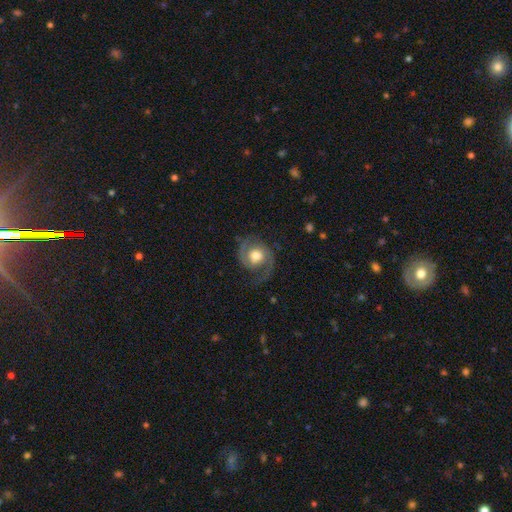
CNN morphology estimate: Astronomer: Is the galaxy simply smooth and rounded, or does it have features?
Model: featured or disk — 78%.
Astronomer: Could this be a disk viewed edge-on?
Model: no — 98%.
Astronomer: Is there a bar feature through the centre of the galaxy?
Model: no — 69%.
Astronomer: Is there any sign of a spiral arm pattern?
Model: yes — 95%.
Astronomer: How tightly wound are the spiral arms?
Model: medium — 49% (runner-up: tight, 26%).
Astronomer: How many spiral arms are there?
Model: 2 — 82%.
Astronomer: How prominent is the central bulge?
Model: moderate — 56% (runner-up: large, 33%).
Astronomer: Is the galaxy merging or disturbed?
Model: none — 65%.